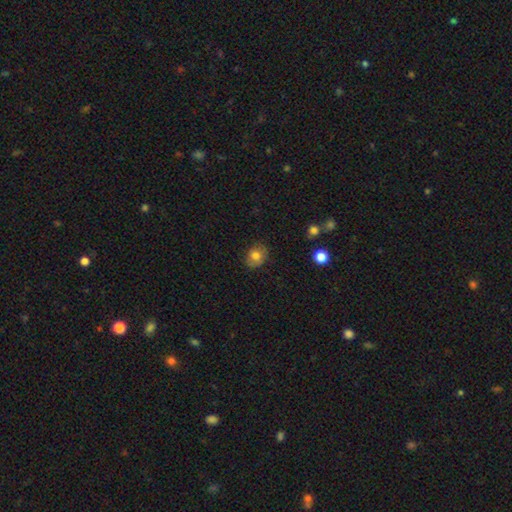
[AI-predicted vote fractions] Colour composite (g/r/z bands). It shows a smooth galaxy with no disk features (78%) that is in between round and cigar-shaped (51%). Merging: none (81%).